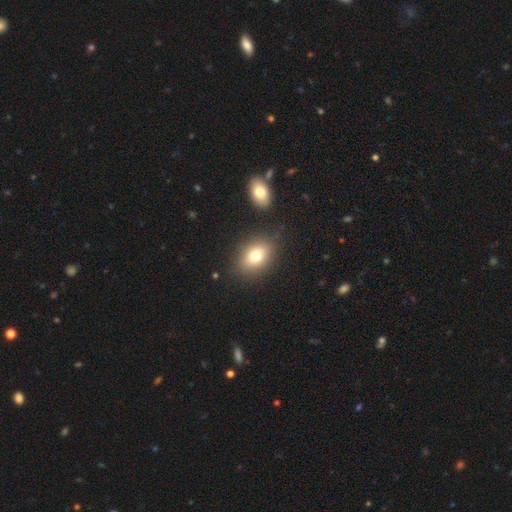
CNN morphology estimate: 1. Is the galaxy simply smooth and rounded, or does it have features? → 76% smooth, 13% featured or disk, 11% star or artifact.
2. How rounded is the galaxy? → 72% in between, 27% round, 1% cigar-shaped.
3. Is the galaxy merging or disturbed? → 80% none, 11% minor disturbance, 4% merger, 4% major disturbance.